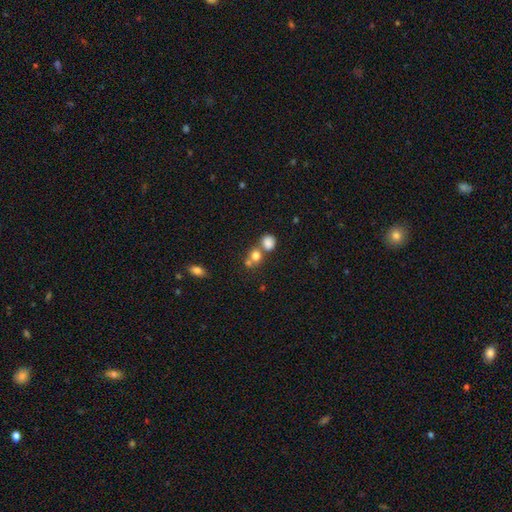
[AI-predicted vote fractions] Smooth or featured? Predicted: smooth (p=0.76). How rounded? Predicted: round (p=0.78). Merging? Predicted: none (p=0.45).